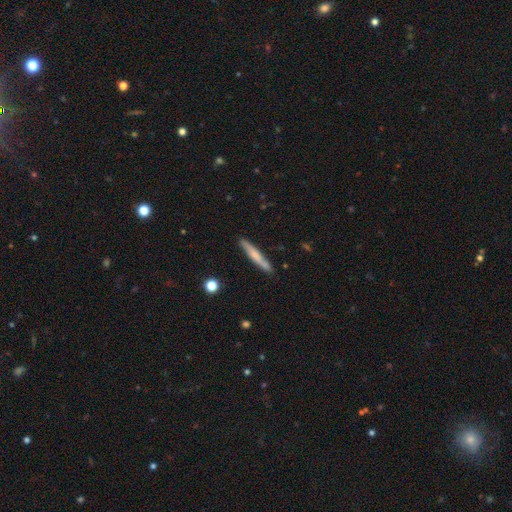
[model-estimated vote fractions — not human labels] Q: Smooth or featured?
A: smooth (58%); runner-up: featured or disk (36%)
Q: How rounded?
A: cigar-shaped (94%); runner-up: in between (4%)
Q: Merging?
A: none (85%); runner-up: minor disturbance (11%)